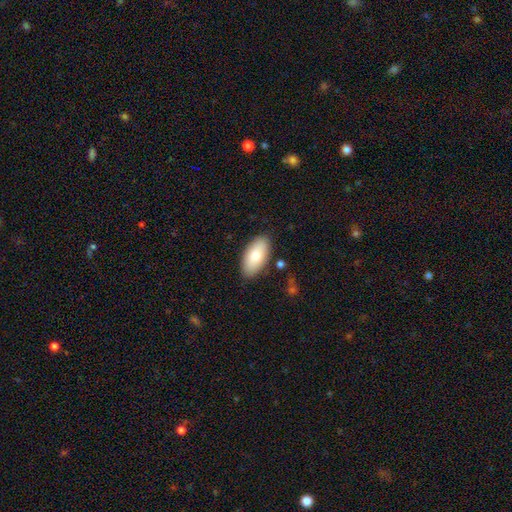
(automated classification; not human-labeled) Smooth or featured: smooth — 80% (featured or disk — 14%)
How rounded: in between — 94% (cigar-shaped — 4%)
Merging: none — 84% (minor disturbance — 11%)